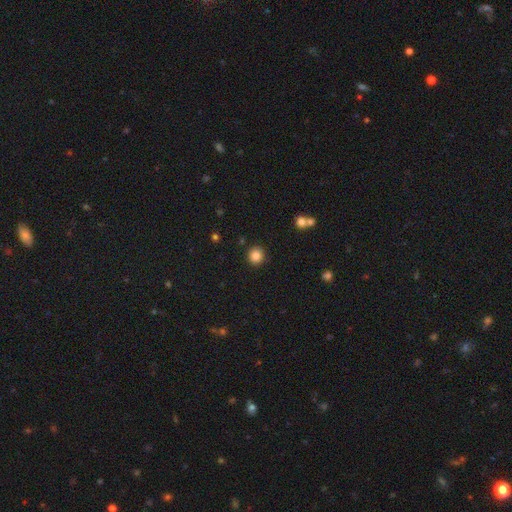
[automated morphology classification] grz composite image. It shows a smooth galaxy with no disk features (85%) that is round (92%). Merging: none (90%).